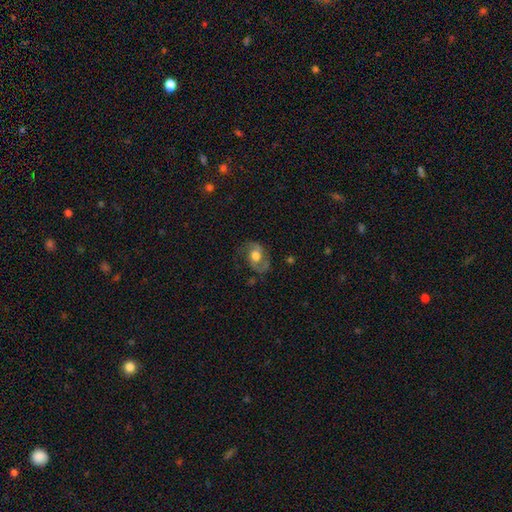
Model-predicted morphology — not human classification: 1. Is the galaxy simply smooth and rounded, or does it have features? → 60% featured or disk, 32% smooth, 8% star or artifact.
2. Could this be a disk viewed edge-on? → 96% no, 4% yes.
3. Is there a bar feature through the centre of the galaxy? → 65% no, 27% weak, 8% strong.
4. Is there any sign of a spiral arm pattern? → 78% yes, 22% no.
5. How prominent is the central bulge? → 45% moderate, 43% large, 6% small, 4% dominant, 2% none.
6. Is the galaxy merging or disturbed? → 62% none, 21% minor disturbance, 15% major disturbance, 2% merger.